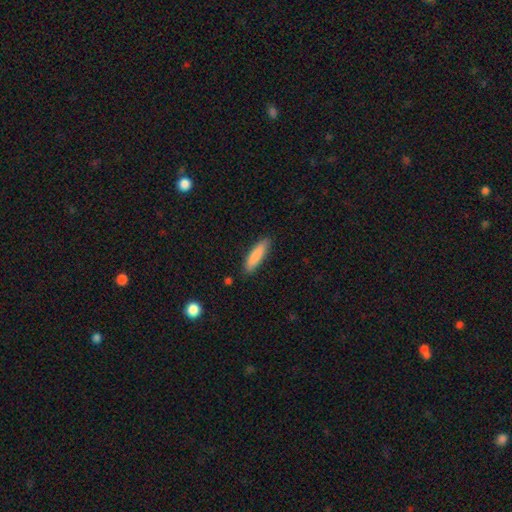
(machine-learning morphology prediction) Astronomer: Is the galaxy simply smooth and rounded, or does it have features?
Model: smooth — 85%.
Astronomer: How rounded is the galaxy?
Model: cigar-shaped — 73%.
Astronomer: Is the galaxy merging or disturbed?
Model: none — 86%.